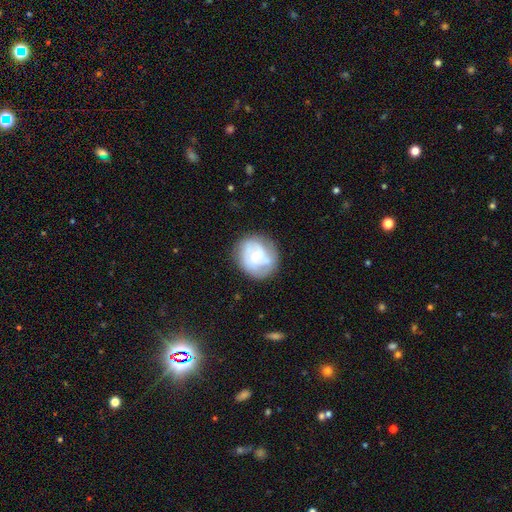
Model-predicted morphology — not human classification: featured or disk 54%, smooth 38%, star or artifact 7%. Down the decision tree: edge-on disk — no (97%); bar — no (66%); spiral arms — yes (67%); bulge size — small (65%); merging — none (69%).